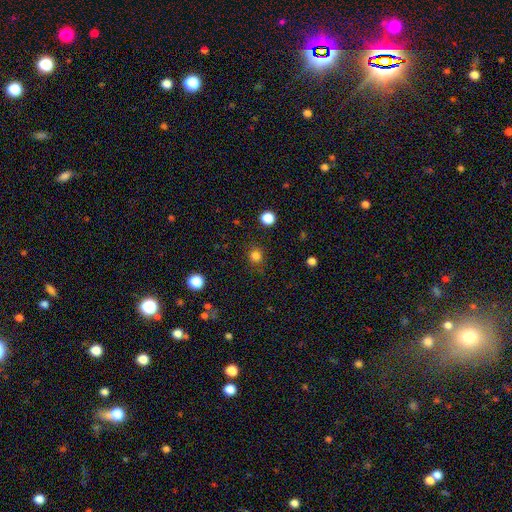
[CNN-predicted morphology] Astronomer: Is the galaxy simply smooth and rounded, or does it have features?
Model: smooth — 81%.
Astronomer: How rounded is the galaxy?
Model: round — 91%.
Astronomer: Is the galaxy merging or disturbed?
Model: none — 87%.